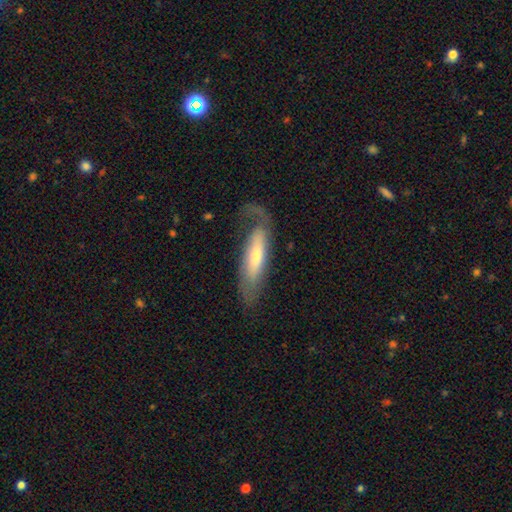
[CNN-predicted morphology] Q: Smooth or featured?
A: featured or disk (50%); runner-up: smooth (44%)
Q: Merging?
A: none (53%); runner-up: major disturbance (23%)